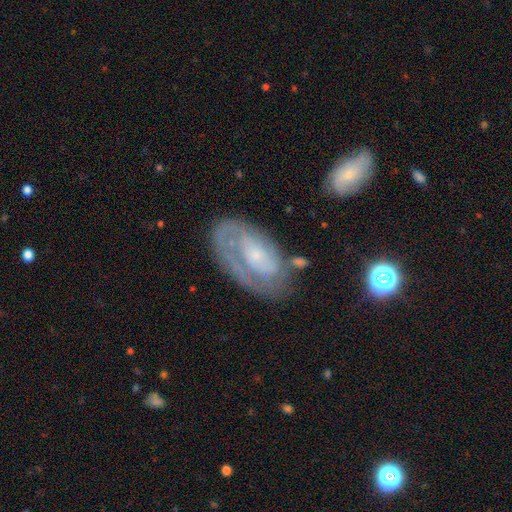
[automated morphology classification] Smooth or featured? Predicted: featured or disk (p=0.71). Edge-on disk? Predicted: no (p=0.95). Bar? Predicted: no (p=0.71). Spiral arms? Predicted: yes (p=0.78). Spiral winding? Predicted: tight (p=0.61). Spiral arm count? Predicted: 1 (p=0.37). Bulge size? Predicted: small (p=0.67). Merging? Predicted: none (p=0.58).